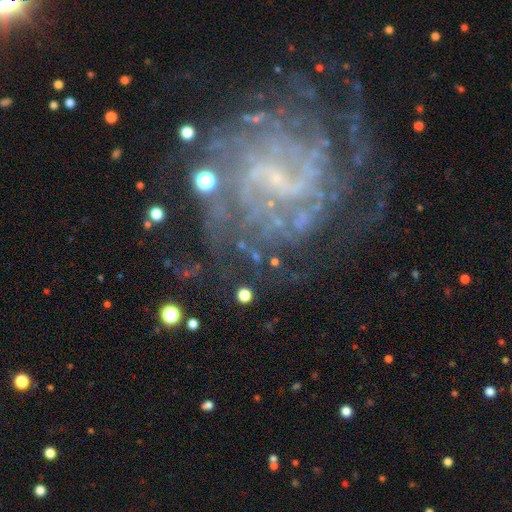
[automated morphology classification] A featured or disk galaxy (70%) with no bar (48%), tight (47%) spiral arms (89%) and a small central bulge (69%). Merging: none (64%).